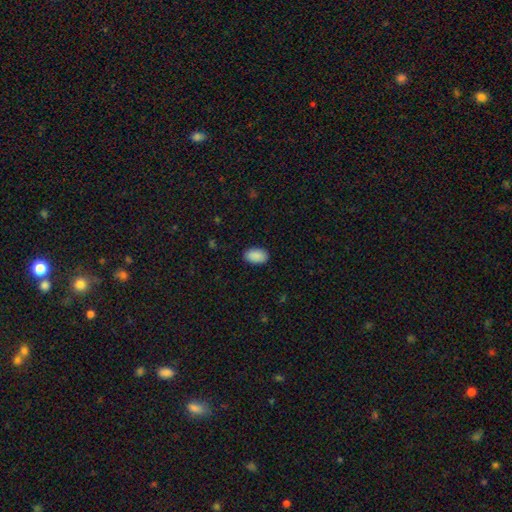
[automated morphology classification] type=smooth (91%); roundness=in between (93%); merging=none (88%).